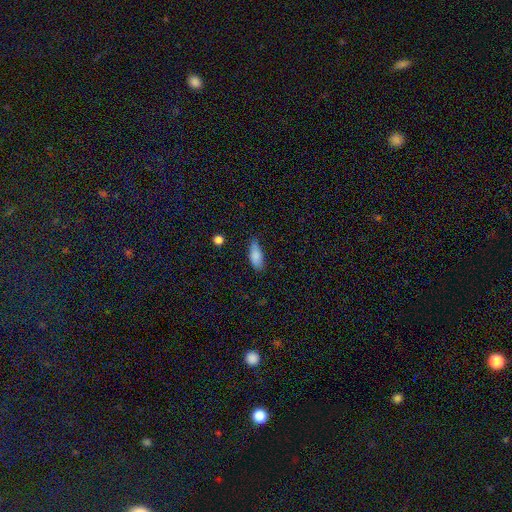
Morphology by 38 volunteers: Smooth or featured? smooth (92%)
How rounded? in between (74%)
Merging? none (69%)